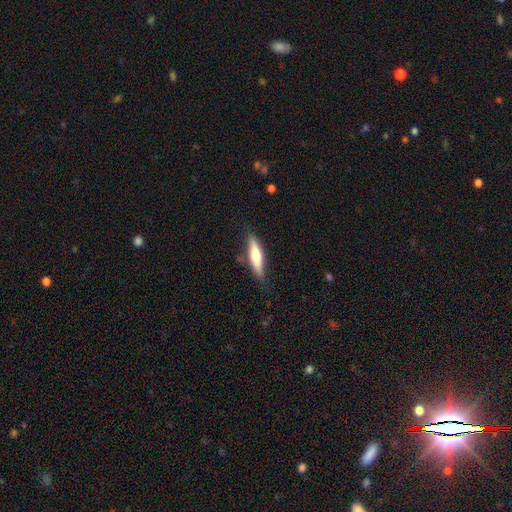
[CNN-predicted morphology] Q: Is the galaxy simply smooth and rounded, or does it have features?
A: smooth — 58%.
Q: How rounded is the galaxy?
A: cigar-shaped — 77%.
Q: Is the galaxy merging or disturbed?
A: none — 79%.